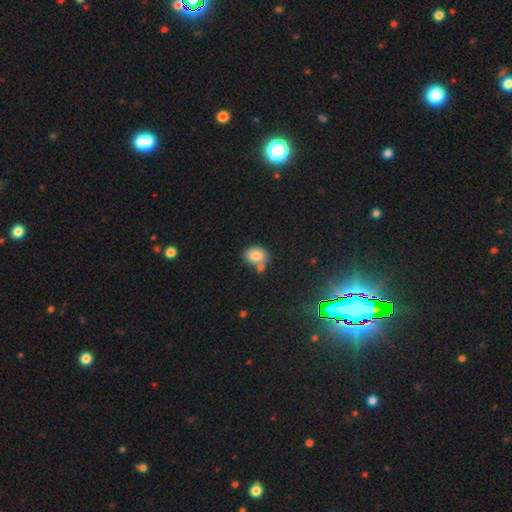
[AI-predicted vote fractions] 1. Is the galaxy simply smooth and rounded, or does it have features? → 81% smooth, 10% star or artifact, 9% featured or disk.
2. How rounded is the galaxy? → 58% in between, 40% round, 1% cigar-shaped.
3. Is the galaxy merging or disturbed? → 44% none, 33% merger, 17% minor disturbance, 6% major disturbance.